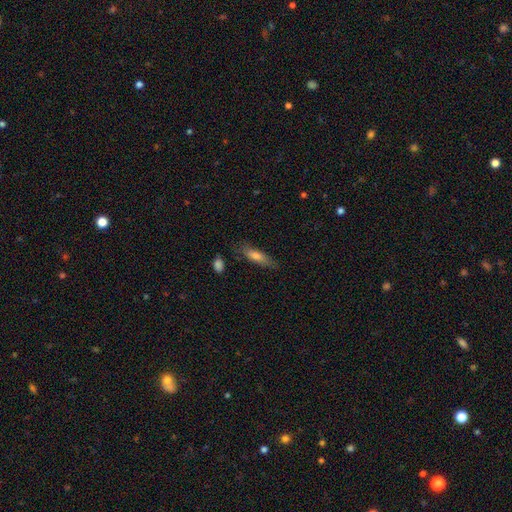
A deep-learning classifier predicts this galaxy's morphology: smooth 67%, featured or disk 25%, star or artifact 8%. Down the decision tree: how rounded — cigar-shaped (65%); merging — none (75%).